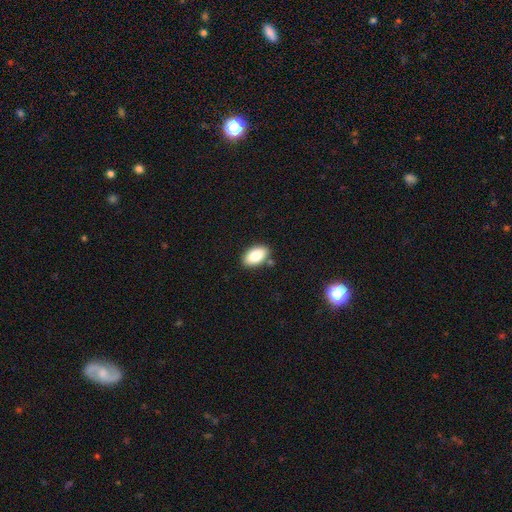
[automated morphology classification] Smooth or featured? smooth (83%)
How rounded? in between (93%)
Merging? none (83%)